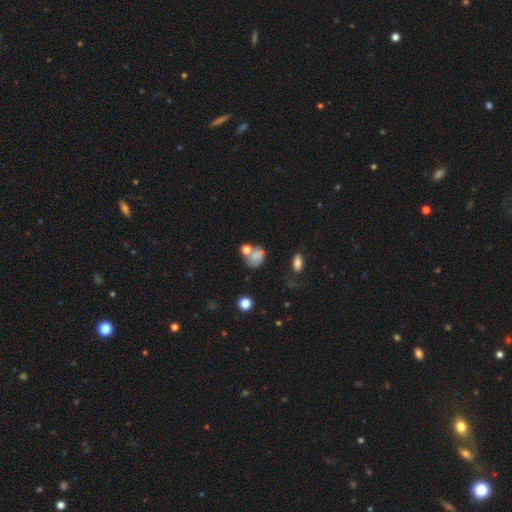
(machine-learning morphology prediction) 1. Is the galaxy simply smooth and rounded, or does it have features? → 66% smooth, 22% featured or disk, 12% star or artifact.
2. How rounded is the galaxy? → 53% round, 46% in between, 1% cigar-shaped.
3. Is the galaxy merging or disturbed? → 38% none, 31% merger, 20% minor disturbance, 11% major disturbance.